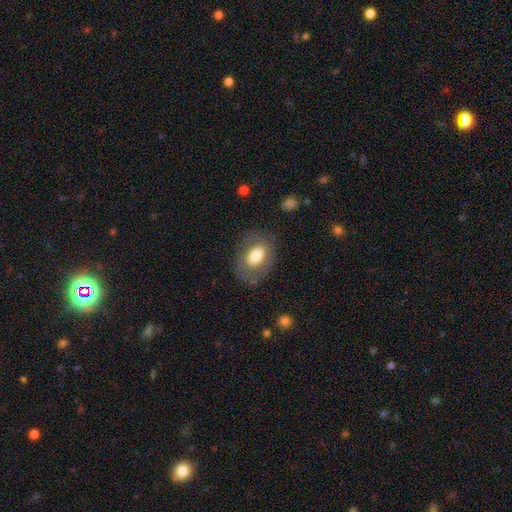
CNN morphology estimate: type=smooth (67%); roundness=in between (84%); merging=none (74%).